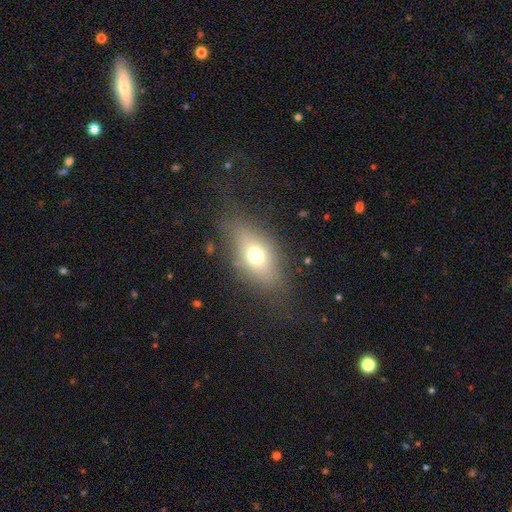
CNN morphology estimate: smooth-or-featured: smooth: 66% | featured or disk: 21% | star or artifact: 13%
  how-rounded: in between: 79% | round: 13% | cigar-shaped: 8%
  merging: none: 68% | minor disturbance: 18% | major disturbance: 12% | merger: 2%